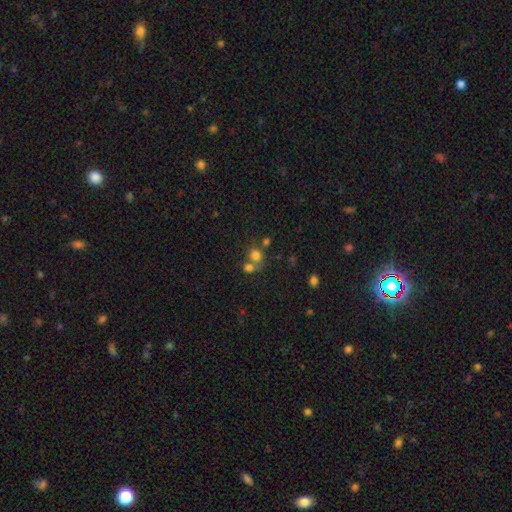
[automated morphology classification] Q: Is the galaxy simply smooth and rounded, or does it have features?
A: smooth — 74%.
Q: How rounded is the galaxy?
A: round — 75%.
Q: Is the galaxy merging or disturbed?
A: none — 44%.